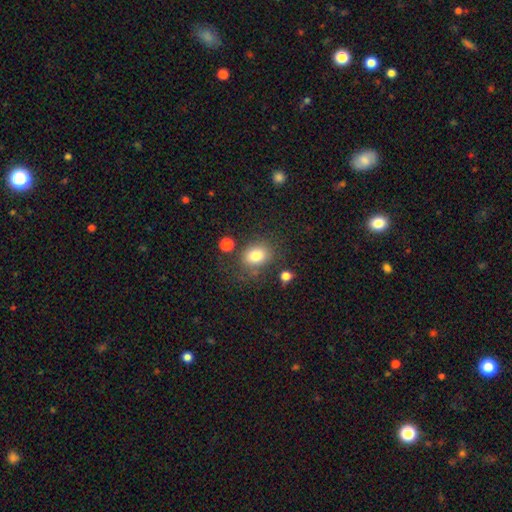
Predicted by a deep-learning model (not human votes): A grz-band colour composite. It shows a smooth galaxy with no disk features (81%) that is in between round and cigar-shaped (55%). Merging: none (70%).